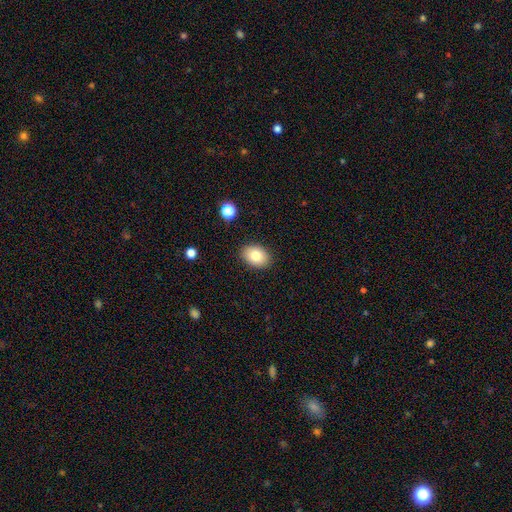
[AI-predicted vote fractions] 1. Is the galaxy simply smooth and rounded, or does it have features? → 83% smooth, 9% featured or disk, 8% star or artifact.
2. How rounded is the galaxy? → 79% in between, 20% round, 1% cigar-shaped.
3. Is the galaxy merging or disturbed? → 88% none, 8% minor disturbance, 2% major disturbance, 1% merger.